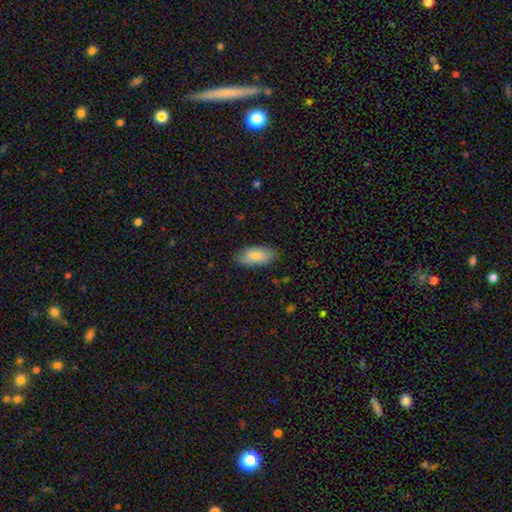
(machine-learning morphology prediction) Smooth or featured: smooth — 83% (featured or disk — 11%)
How rounded: in between — 90% (cigar-shaped — 8%)
Merging: none — 86% (minor disturbance — 11%)